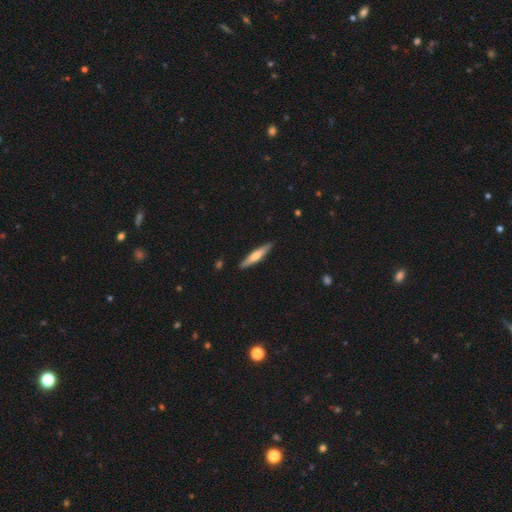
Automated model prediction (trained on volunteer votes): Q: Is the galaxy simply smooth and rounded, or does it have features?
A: smooth — 52%.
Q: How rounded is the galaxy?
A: cigar-shaped — 88%.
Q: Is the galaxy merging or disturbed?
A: none — 89%.